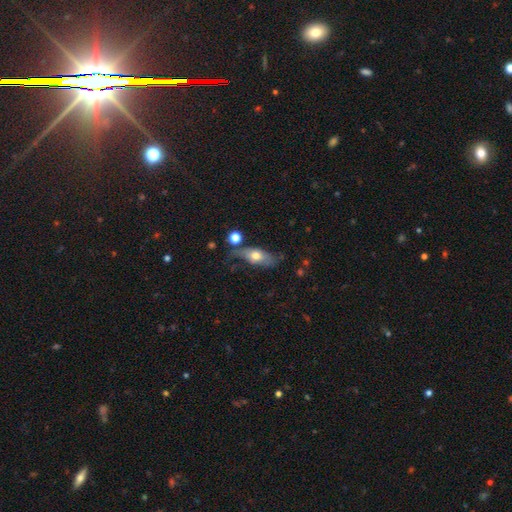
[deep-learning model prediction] A smooth galaxy with no disk features (59%) that is in between round and cigar-shaped (77%).

Vote fractions:
- Smooth or featured? smooth: 59% / featured or disk: 34% / star or artifact: 8%
- How rounded? in between: 77% / cigar-shaped: 17% / round: 6%
- Merging? none: 48% / minor disturbance: 27% / major disturbance: 16% / merger: 10%